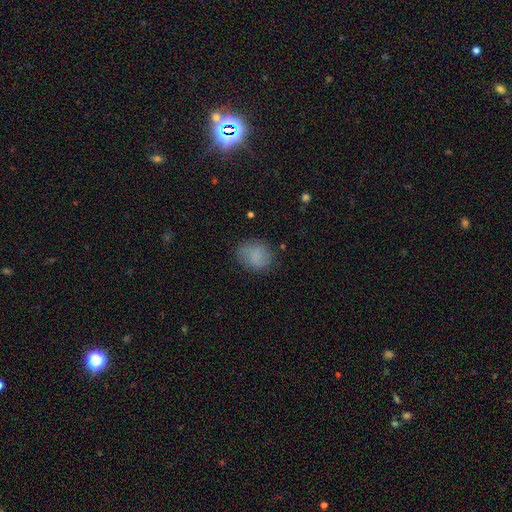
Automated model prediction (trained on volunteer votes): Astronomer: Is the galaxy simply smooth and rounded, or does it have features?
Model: smooth — 80%.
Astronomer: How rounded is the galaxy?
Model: round — 56% (runner-up: in between, 43%).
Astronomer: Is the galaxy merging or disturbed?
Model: none — 73%.